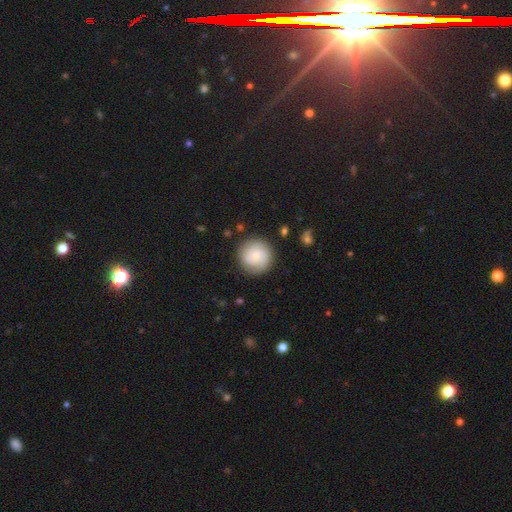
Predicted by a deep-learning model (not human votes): Morphology: type=smooth (61%); roundness=round (94%); merging=none (86%).